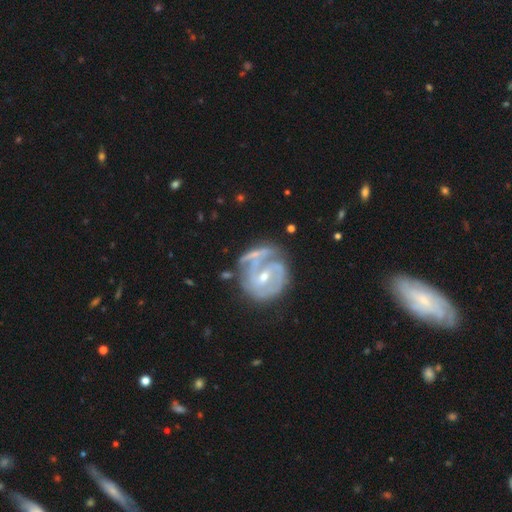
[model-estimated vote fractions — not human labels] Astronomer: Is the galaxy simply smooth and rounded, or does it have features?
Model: featured or disk — 79%.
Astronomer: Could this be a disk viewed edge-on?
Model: no — 96%.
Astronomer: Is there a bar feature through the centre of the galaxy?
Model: weak — 44% (runner-up: no, 33%).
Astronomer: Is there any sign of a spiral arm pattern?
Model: yes — 88%.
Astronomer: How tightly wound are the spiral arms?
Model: tight — 50% (runner-up: medium, 38%).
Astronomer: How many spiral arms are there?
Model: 2 — 46%.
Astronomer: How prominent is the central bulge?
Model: small — 57% (runner-up: moderate, 38%).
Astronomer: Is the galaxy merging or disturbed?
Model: none — 50%.